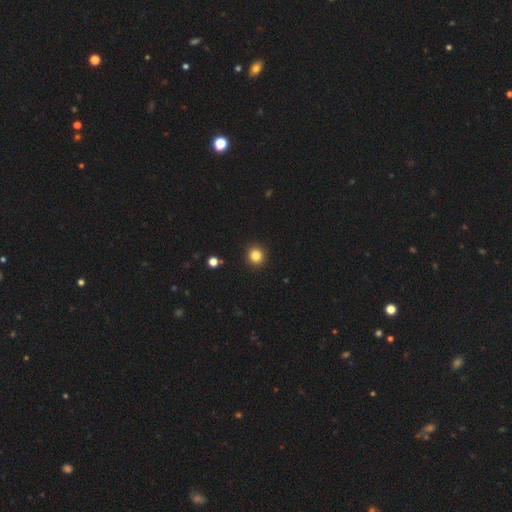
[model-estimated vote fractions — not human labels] This is clearly a smooth galaxy (83%). How rounded: clearly round (93%). Merging: clearly none (93%).